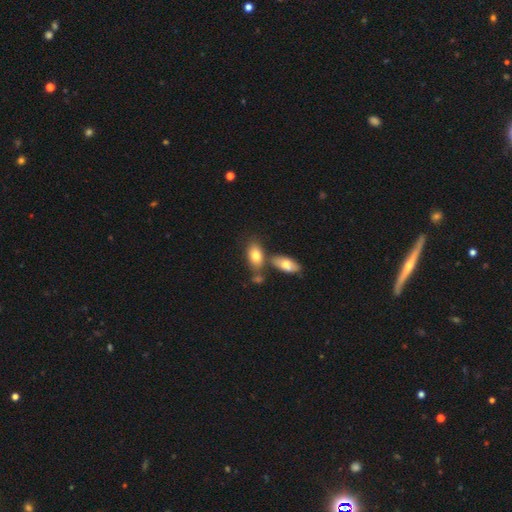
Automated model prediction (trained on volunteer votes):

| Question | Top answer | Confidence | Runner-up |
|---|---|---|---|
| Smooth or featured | smooth | 78% | featured or disk (15%) |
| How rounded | in between | 91% | round (6%) |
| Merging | none | 54% | merger (29%) |